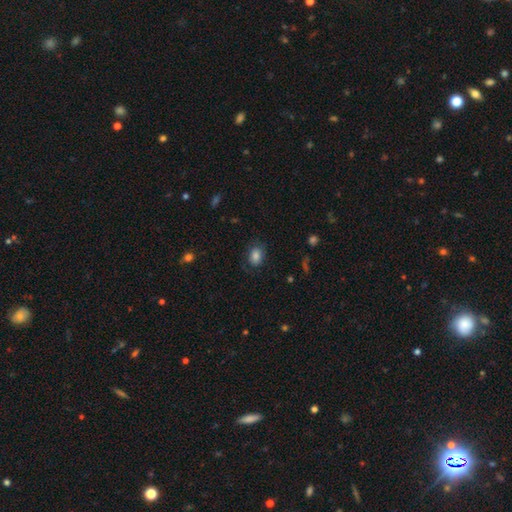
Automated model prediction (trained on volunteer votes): A smooth galaxy with no disk features (83%) that is in between round and cigar-shaped (72%).

Vote fractions:
- Smooth or featured? smooth: 83% / star or artifact: 9% / featured or disk: 8%
- How rounded? in between: 72% / round: 27% / cigar-shaped: 1%
- Merging? none: 76% / minor disturbance: 17% / major disturbance: 6% / merger: 1%